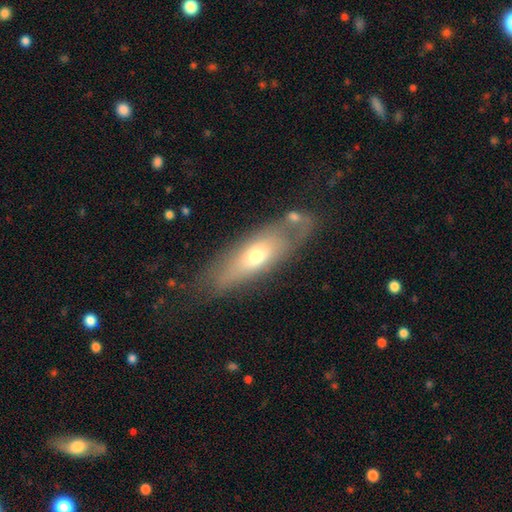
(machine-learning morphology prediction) A smooth galaxy with no disk features (53%) that is in between round and cigar-shaped (57%).

Vote fractions:
- Smooth or featured? smooth: 53% / featured or disk: 39% / star or artifact: 8%
- How rounded? in between: 57% / cigar-shaped: 40% / round: 3%
- Merging? none: 62% / minor disturbance: 20% / major disturbance: 10% / merger: 8%